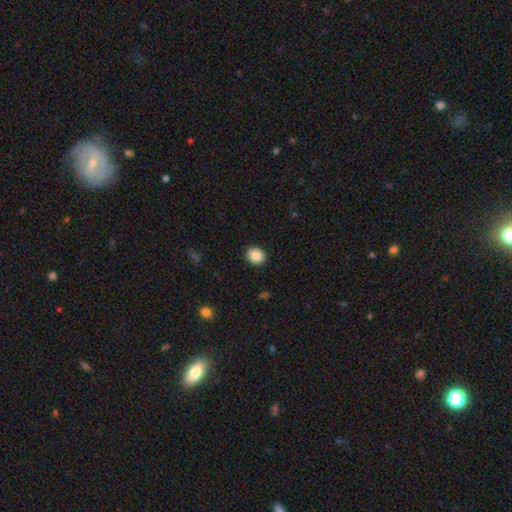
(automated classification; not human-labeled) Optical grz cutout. It shows a smooth galaxy with no disk features (87%) that is round (67%). Merging: none (91%).